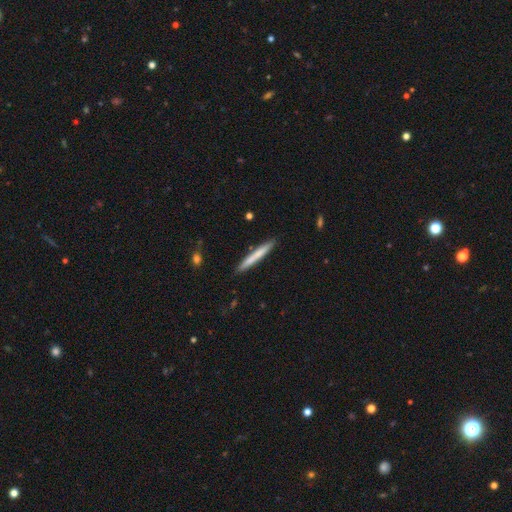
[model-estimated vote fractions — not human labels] Smooth or featured? Predicted: smooth (p=0.68). How rounded? Predicted: cigar-shaped (p=0.96). Merging? Predicted: none (p=0.89).